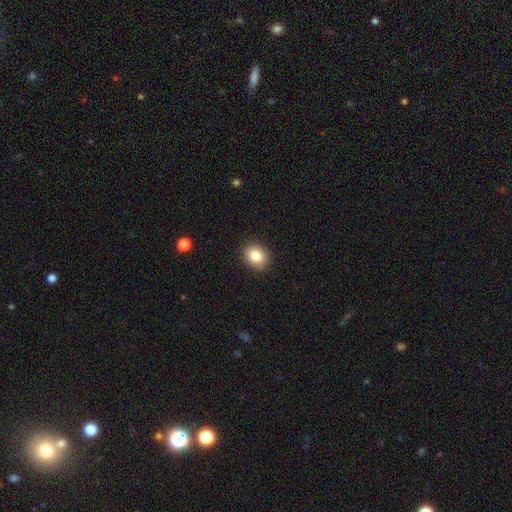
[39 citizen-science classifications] Morphology: type=smooth (85%); roundness=round (52%); merging=none (86%).